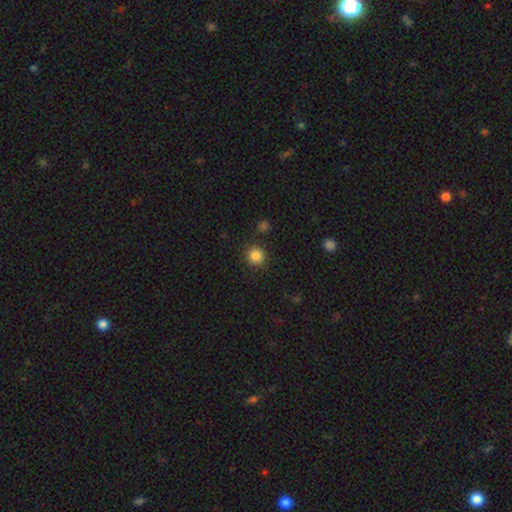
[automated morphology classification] Smooth or featured? Predicted: smooth (p=0.85). How rounded? Predicted: round (p=0.92). Merging? Predicted: none (p=0.86).